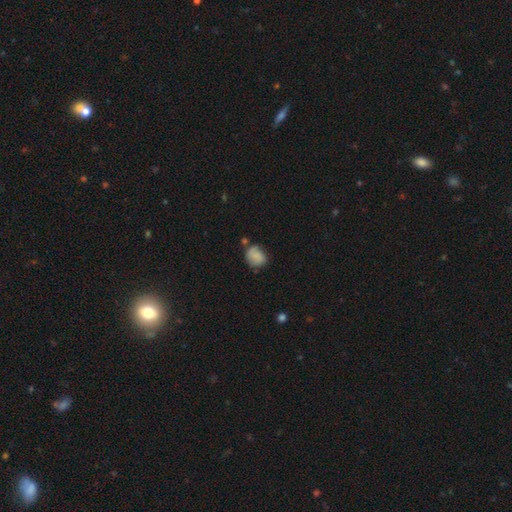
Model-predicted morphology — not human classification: smooth_or_featured: smooth (p=0.69) [alt: featured or disk p=0.21]
how_rounded: round (p=0.60) [alt: in between p=0.39]
merging: none (p=0.54) [alt: minor disturbance p=0.28]